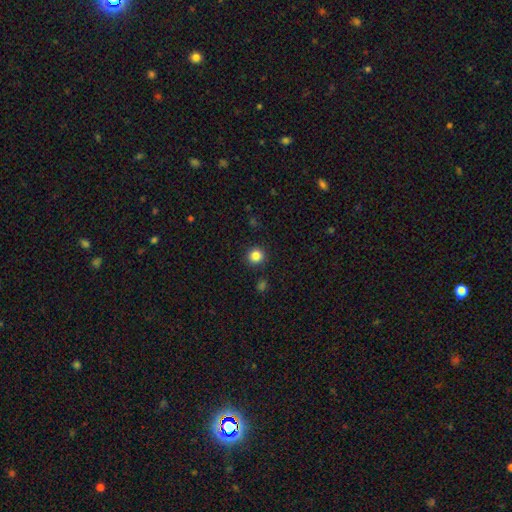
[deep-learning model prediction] smooth 84%, star or artifact 11%, featured or disk 4%. Down the decision tree: how rounded — round (94%); merging — none (91%).